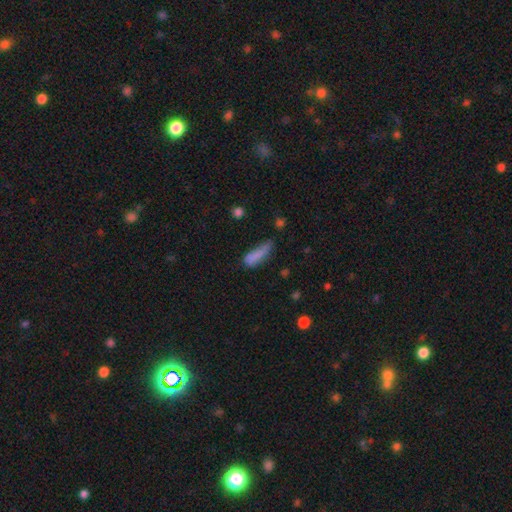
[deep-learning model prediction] This is likely a smooth galaxy (78%). How rounded: possibly cigar-shaped (60%). Merging: marginally none (41%).